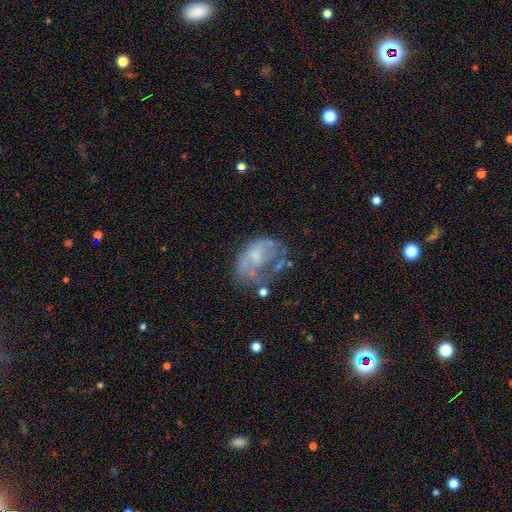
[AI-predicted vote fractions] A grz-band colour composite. It shows a featured or disk galaxy (54%) with no bar (79%), no spiral arms (75%) and no central bulge (40%). Merging: major disturbance (39%).